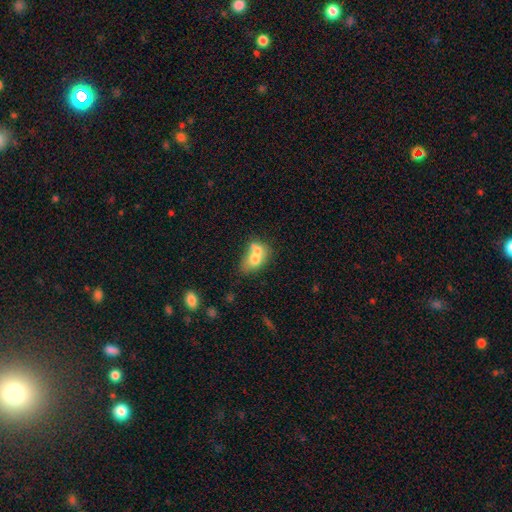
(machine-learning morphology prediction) Smooth or featured? smooth (66%)
How rounded? in between (68%)
Merging? merger (68%)